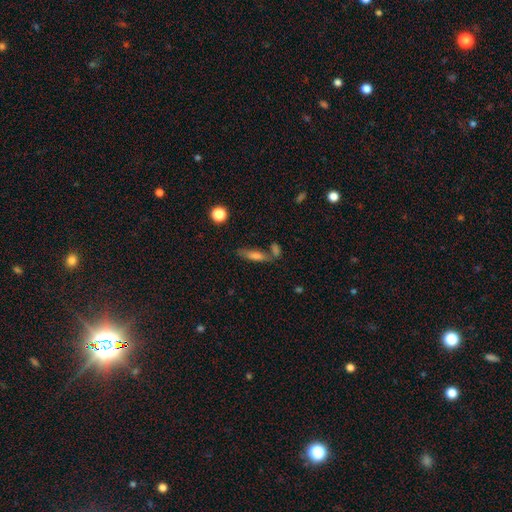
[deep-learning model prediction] Smooth or featured?
  - smooth: 63% *
  - featured or disk: 25%
  - star or artifact: 12%
How rounded?
  - cigar-shaped: 64% *
  - in between: 32%
  - round: 4%
Merging?
  - none: 60% *
  - merger: 21%
  - minor disturbance: 14%
  - major disturbance: 6%